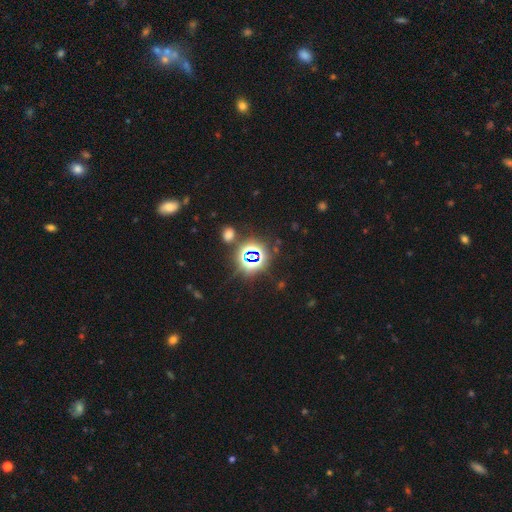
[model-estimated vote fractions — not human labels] smooth_or_featured: star or artifact (p=0.76) [alt: smooth p=0.16]